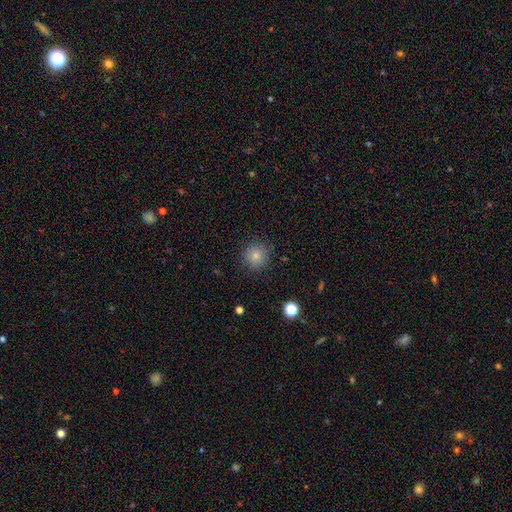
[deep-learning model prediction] smooth 80%, star or artifact 12%, featured or disk 8%. Down the decision tree: how rounded — round (94%); merging — none (86%).